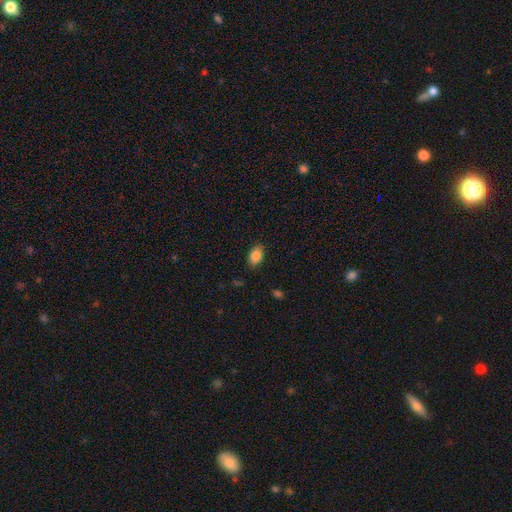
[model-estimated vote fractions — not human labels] Q: Smooth or featured?
A: smooth (86%); runner-up: star or artifact (8%)
Q: How rounded?
A: in between (86%); runner-up: round (12%)
Q: Merging?
A: none (84%); runner-up: minor disturbance (12%)